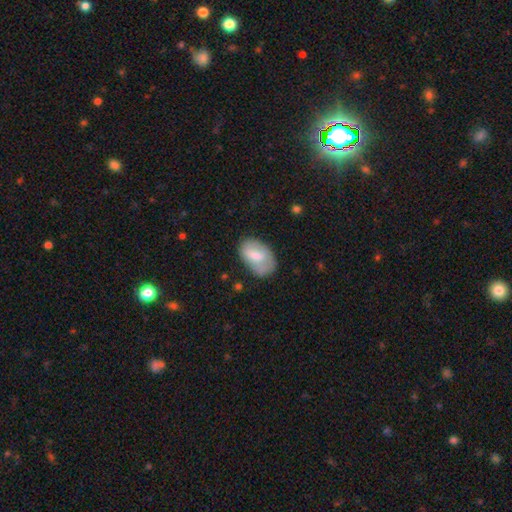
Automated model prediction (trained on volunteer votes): Smooth or featured? Predicted: smooth (p=0.66). How rounded? Predicted: in between (p=0.91). Merging? Predicted: none (p=0.66).